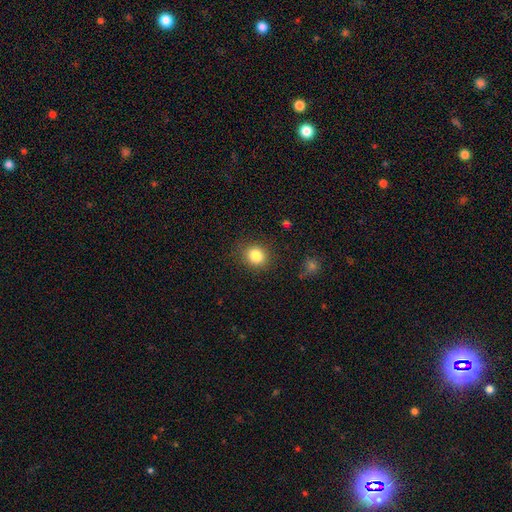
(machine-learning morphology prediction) Smooth or featured: smooth — 83% (star or artifact — 11%)
How rounded: round — 73% (in between — 26%)
Merging: none — 86% (minor disturbance — 9%)